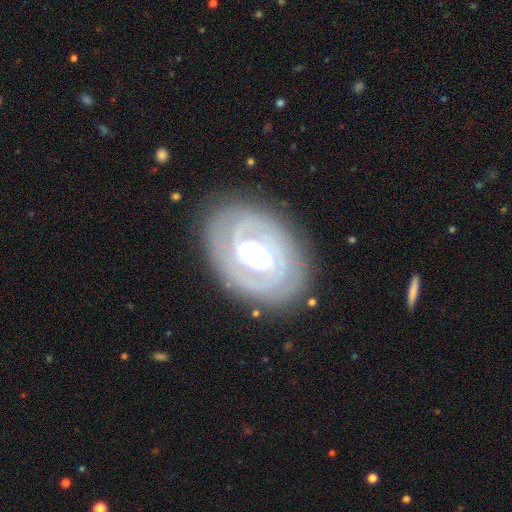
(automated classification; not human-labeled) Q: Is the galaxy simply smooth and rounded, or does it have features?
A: featured or disk — 84%.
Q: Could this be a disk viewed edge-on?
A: no — 96%.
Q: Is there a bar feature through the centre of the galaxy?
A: no — 45%.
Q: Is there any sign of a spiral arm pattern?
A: yes — 86%.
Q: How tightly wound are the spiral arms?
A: tight — 72%.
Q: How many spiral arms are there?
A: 2 — 53%.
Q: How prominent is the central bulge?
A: moderate — 66%.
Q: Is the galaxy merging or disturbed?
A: none — 80%.